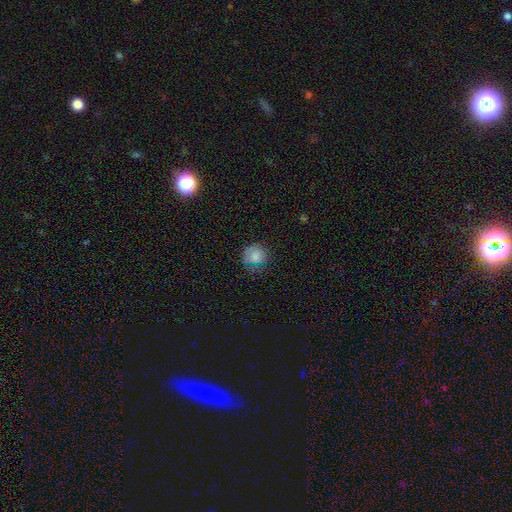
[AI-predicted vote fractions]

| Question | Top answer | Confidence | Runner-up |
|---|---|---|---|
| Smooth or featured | smooth | 79% | star or artifact (11%) |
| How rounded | round | 83% | in between (16%) |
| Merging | none | 65% | minor disturbance (23%) |